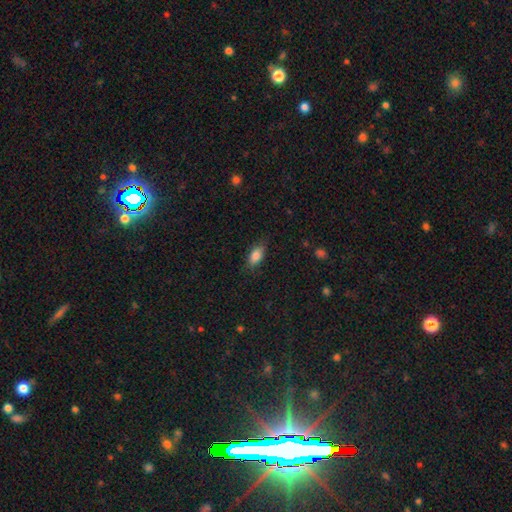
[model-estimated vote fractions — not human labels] smooth-or-featured: smooth: 83% | featured or disk: 9% | star or artifact: 8%
  how-rounded: in between: 85% | cigar-shaped: 11% | round: 4%
  merging: none: 81% | minor disturbance: 15% | major disturbance: 3% | merger: 1%